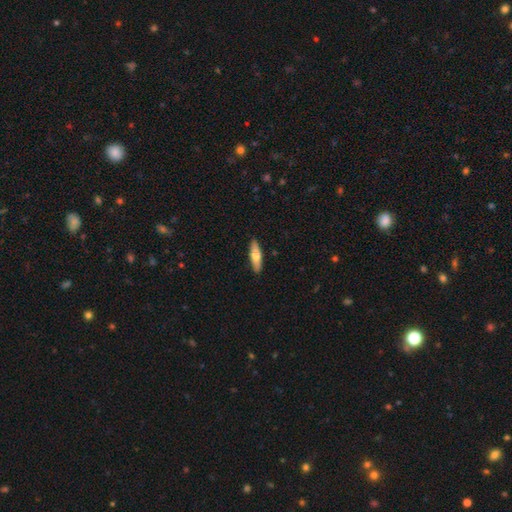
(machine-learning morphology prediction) A smooth galaxy with no disk features (62%) that is cigar-shaped (61%).

Vote fractions:
- Smooth or featured? smooth: 62% / featured or disk: 32% / star or artifact: 5%
- How rounded? cigar-shaped: 61% / in between: 37% / round: 2%
- Merging? none: 90% / minor disturbance: 8% / major disturbance: 2% / merger: 1%